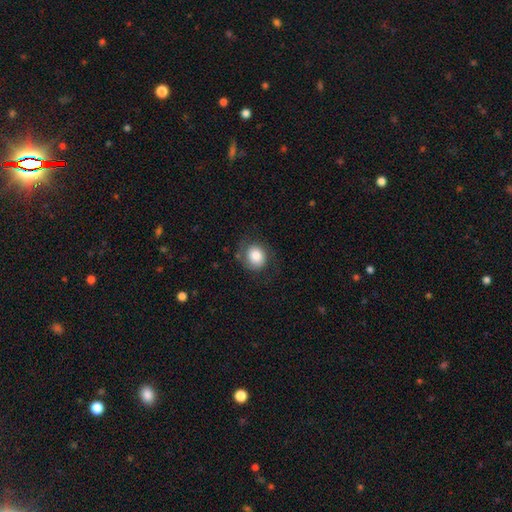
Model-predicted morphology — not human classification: Q: Smooth or featured?
A: smooth (79%); runner-up: featured or disk (13%)
Q: How rounded?
A: round (70%); runner-up: in between (29%)
Q: Merging?
A: none (69%); runner-up: minor disturbance (20%)